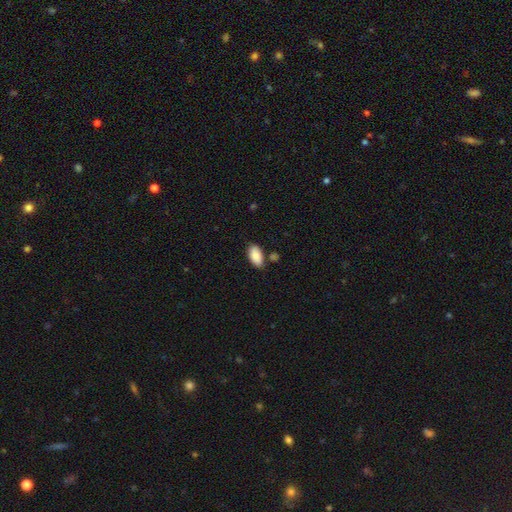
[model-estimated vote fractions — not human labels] Morphology: type=smooth (88%); roundness=in between (95%); merging=none (76%).